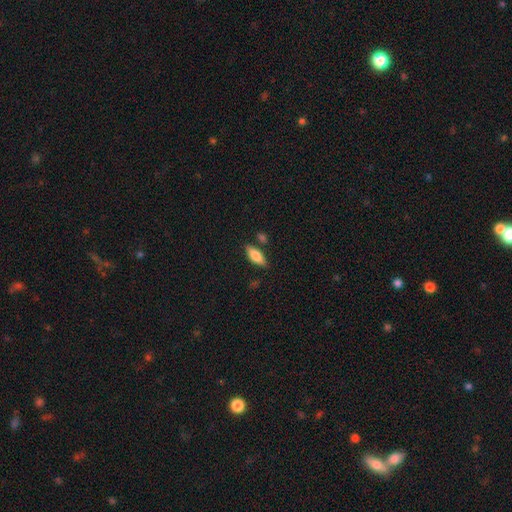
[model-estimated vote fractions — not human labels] Q: Smooth or featured?
A: smooth (73%); runner-up: featured or disk (21%)
Q: How rounded?
A: in between (69%); runner-up: cigar-shaped (28%)
Q: Merging?
A: none (78%); runner-up: minor disturbance (13%)